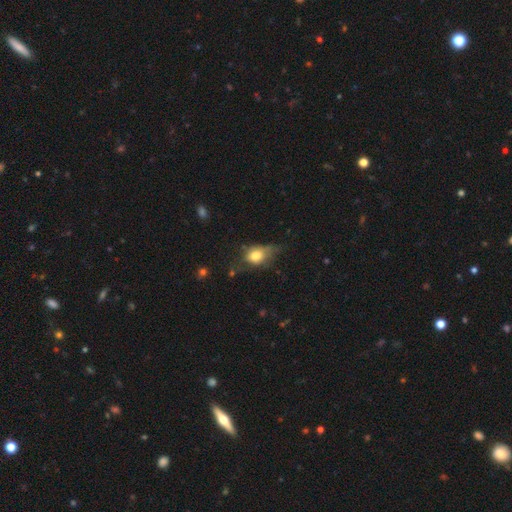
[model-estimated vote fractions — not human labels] A smooth galaxy with no disk features (71%) that is in between round and cigar-shaped (65%).

Vote fractions:
- Smooth or featured? smooth: 71% / featured or disk: 19% / star or artifact: 10%
- How rounded? in between: 65% / round: 32% / cigar-shaped: 3%
- Merging? minor disturbance: 37% / none: 36% / major disturbance: 23% / merger: 3%